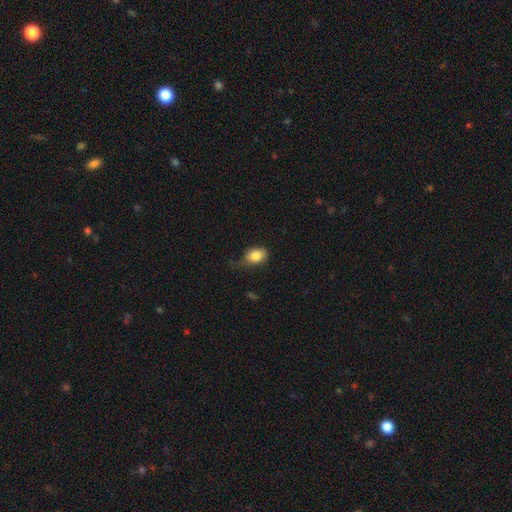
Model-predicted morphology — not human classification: Smooth or featured?
  - smooth: 83% *
  - star or artifact: 8%
  - featured or disk: 8%
How rounded?
  - in between: 76% *
  - round: 23%
  - cigar-shaped: 1%
Merging?
  - none: 59% *
  - minor disturbance: 30%
  - major disturbance: 9%
  - merger: 2%